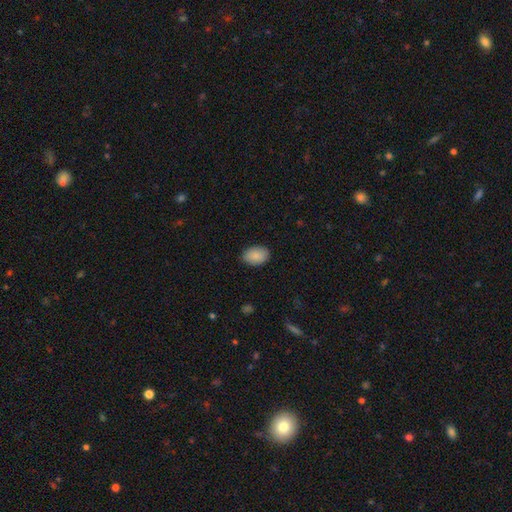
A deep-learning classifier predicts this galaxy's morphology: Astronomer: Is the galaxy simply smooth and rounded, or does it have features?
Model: smooth — 89%.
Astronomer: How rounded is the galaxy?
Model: in between — 87%.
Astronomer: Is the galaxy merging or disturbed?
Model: none — 86%.